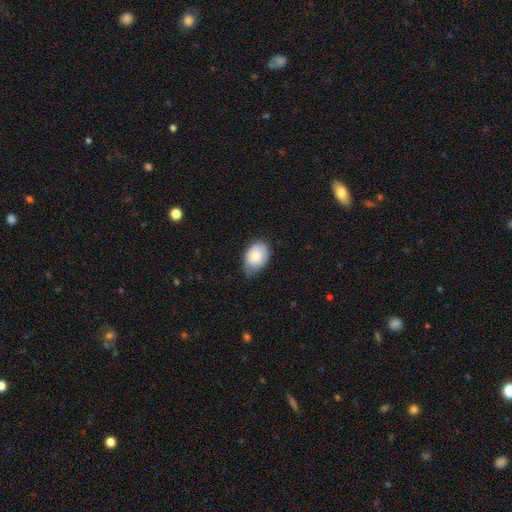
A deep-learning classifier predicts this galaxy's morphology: Overall: smooth (81%). How rounded: in between (82%). Merging: none (50%; minor disturbance 42%).